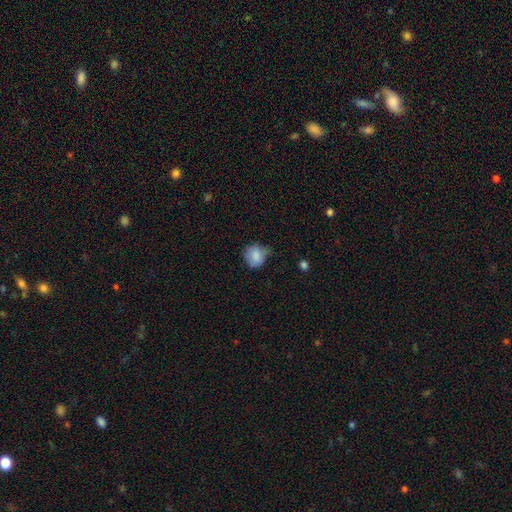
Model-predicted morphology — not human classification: A smooth galaxy with no disk features (82%) that is round (77%).

Vote fractions:
- Smooth or featured? smooth: 82% / featured or disk: 9% / star or artifact: 9%
- How rounded? round: 77% / in between: 22% / cigar-shaped: 1%
- Merging? none: 53% / minor disturbance: 35% / major disturbance: 10% / merger: 2%